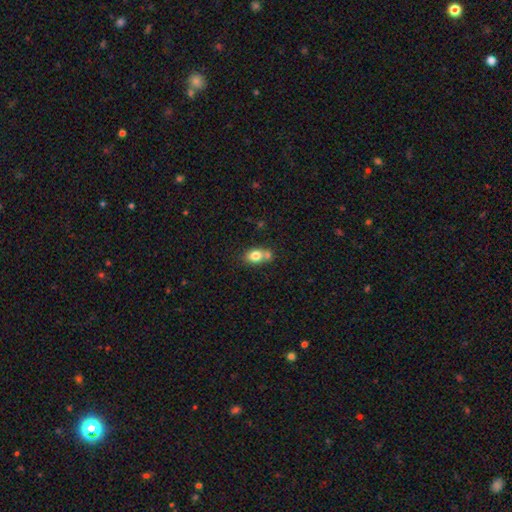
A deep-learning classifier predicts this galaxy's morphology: This is likely a smooth galaxy (78%). How rounded: likely in between (64%). Merging: possibly none (46%).